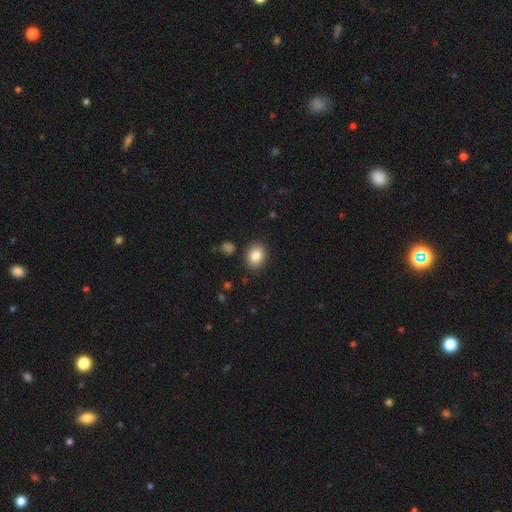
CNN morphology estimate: Smooth or featured? smooth (84%)
How rounded? in between (56%)
Merging? none (88%)